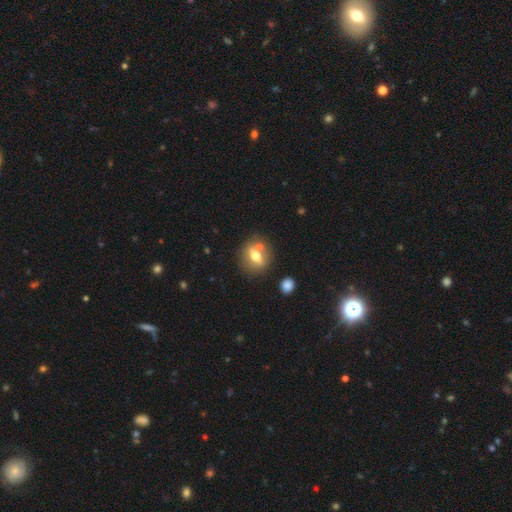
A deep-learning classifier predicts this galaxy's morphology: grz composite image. It shows a smooth galaxy with no disk features (57%) that is round (60%). Merging: none (65%).